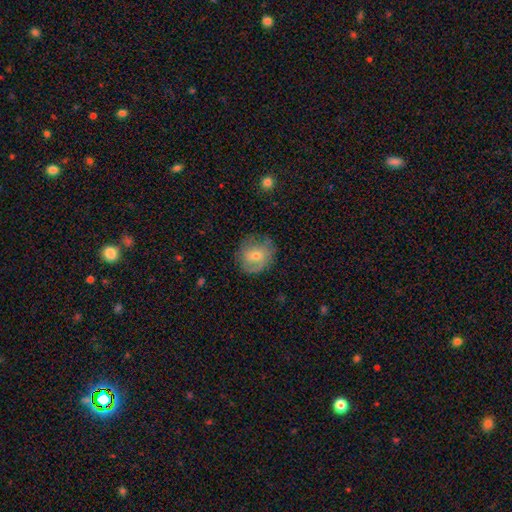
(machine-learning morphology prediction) Smooth or featured? Predicted: smooth (p=0.50). How rounded? Predicted: round (p=0.70). Merging? Predicted: none (p=0.69).